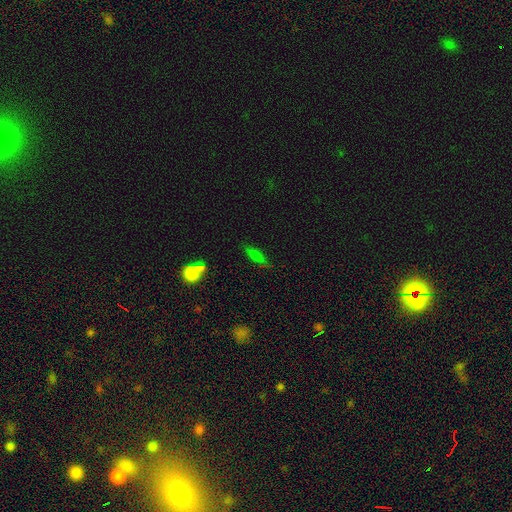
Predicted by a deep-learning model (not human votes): Overall: smooth (64%). How rounded: in between (55%; cigar-shaped 40%). Merging: none (72%).